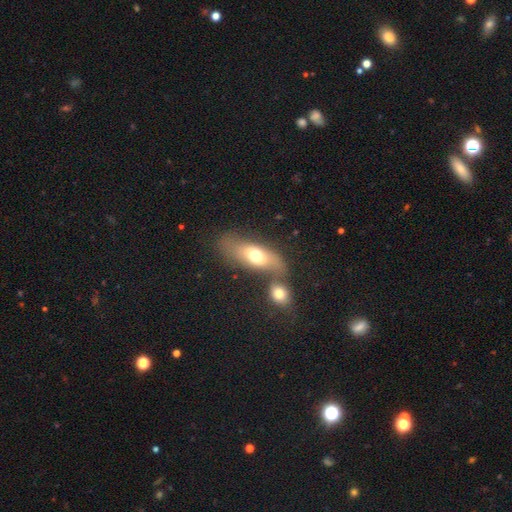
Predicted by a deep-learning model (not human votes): A smooth galaxy with no disk features (62%) that is in between round and cigar-shaped (79%).

Vote fractions:
- Smooth or featured? smooth: 62% / featured or disk: 30% / star or artifact: 8%
- How rounded? in between: 79% / cigar-shaped: 14% / round: 6%
- Merging? merger: 43% / none: 37% / minor disturbance: 13% / major disturbance: 8%